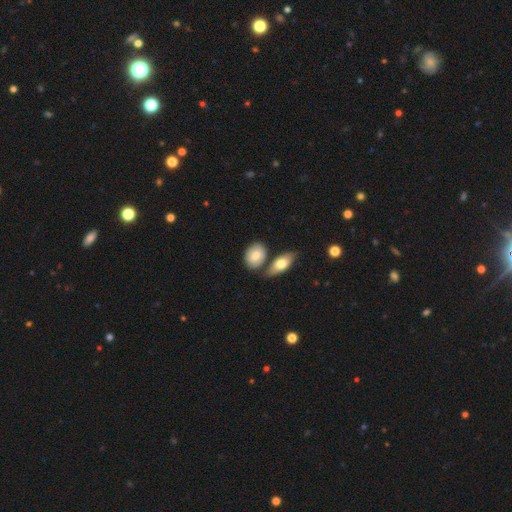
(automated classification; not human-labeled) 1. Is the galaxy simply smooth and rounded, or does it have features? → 76% smooth, 18% featured or disk, 6% star or artifact.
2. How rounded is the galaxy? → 77% in between, 21% round, 2% cigar-shaped.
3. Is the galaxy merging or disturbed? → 59% none, 22% merger, 15% minor disturbance, 4% major disturbance.